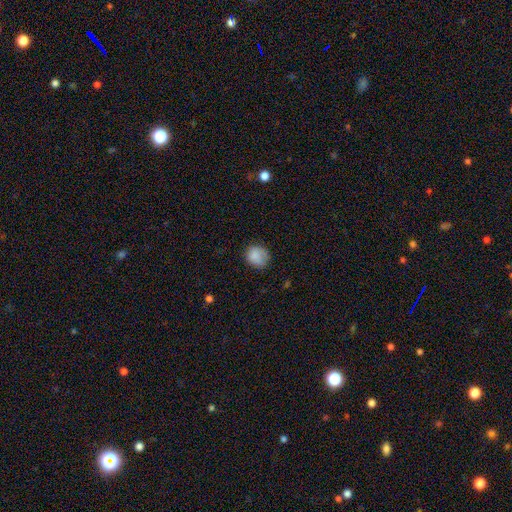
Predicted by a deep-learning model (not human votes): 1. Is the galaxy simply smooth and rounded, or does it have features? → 85% smooth, 9% star or artifact, 6% featured or disk.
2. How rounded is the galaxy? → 75% round, 24% in between, 1% cigar-shaped.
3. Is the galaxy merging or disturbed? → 72% none, 21% minor disturbance, 5% major disturbance, 1% merger.